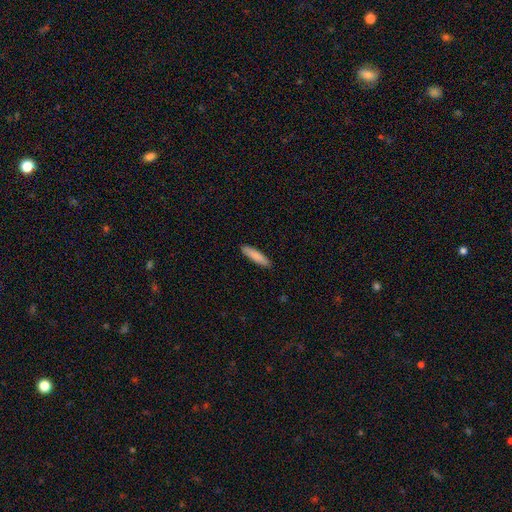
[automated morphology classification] A smooth galaxy with no disk features (86%) that is cigar-shaped (79%). Merging: none (90%).